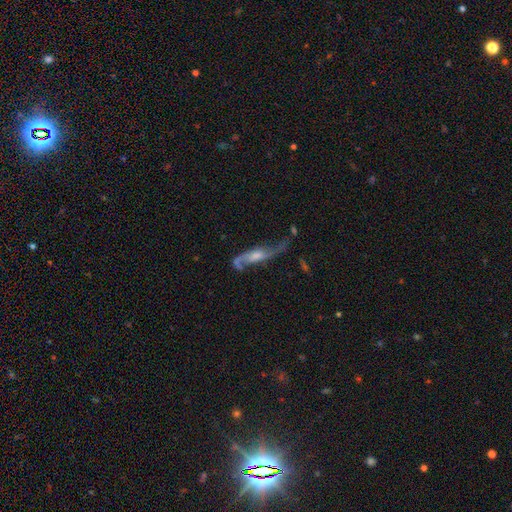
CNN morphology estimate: Smooth or featured? featured or disk (79%)
Edge-on disk? no (73%)
Bar? no (50%)
Spiral arms? yes (90%)
Spiral winding? loose (69%)
Spiral arm count? 2 (85%)
Bulge size? moderate (47%)
Merging? none (48%)